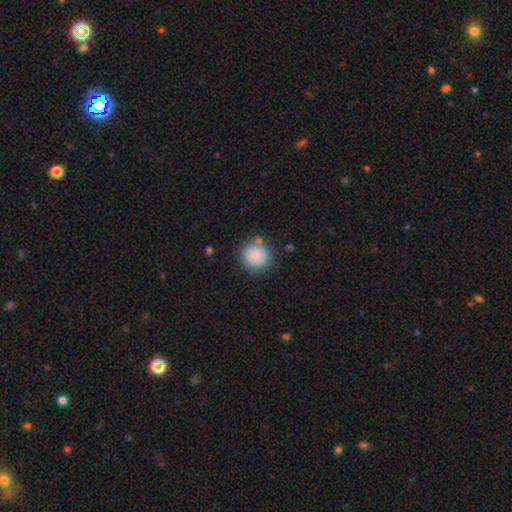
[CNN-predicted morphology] smooth-or-featured: smooth: 79% | featured or disk: 12% | star or artifact: 9%
  how-rounded: round: 92% | in between: 7% | cigar-shaped: 1%
  merging: none: 77% | minor disturbance: 13% | merger: 7% | major disturbance: 4%